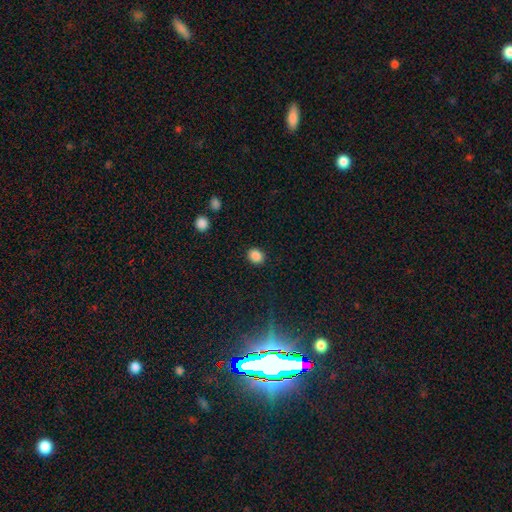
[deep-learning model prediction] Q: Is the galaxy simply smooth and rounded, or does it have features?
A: smooth — 87%.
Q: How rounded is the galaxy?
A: round — 50%.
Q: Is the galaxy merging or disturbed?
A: none — 88%.